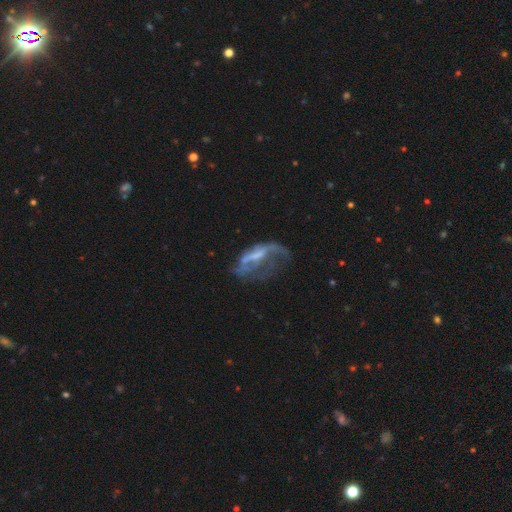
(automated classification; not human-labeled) Q: Smooth or featured?
A: featured or disk (64%); runner-up: smooth (25%)
Q: Edge-on disk?
A: no (91%); runner-up: yes (9%)
Q: Bar?
A: no (42%); runner-up: weak (34%)
Q: Spiral arms?
A: no (53%); runner-up: yes (47%)
Q: Bulge size?
A: none (43%); runner-up: small (30%)
Q: Merging?
A: major disturbance (53%); runner-up: none (24%)